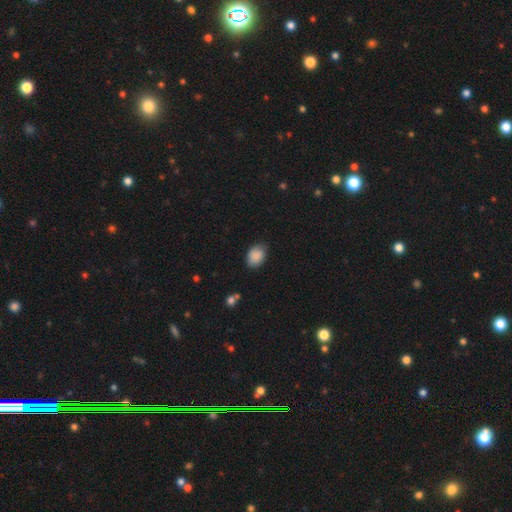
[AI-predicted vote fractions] The model was most divided on "how rounded": in between: 76%, round: 23%, cigar-shaped: 1%. More confident: smooth or featured — smooth (89%); merging — none (78%).